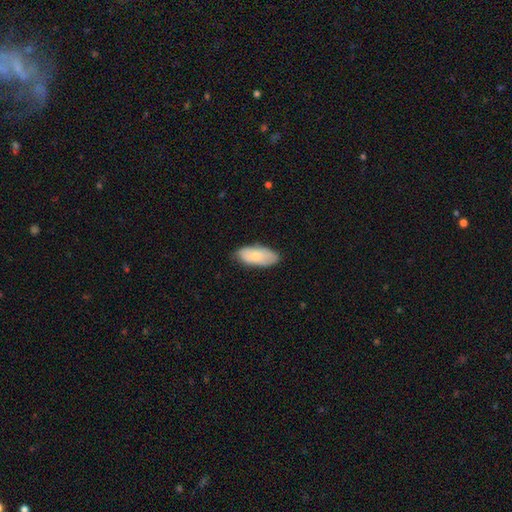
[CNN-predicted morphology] type=smooth (76%); roundness=in between (90%); merging=none (80%).